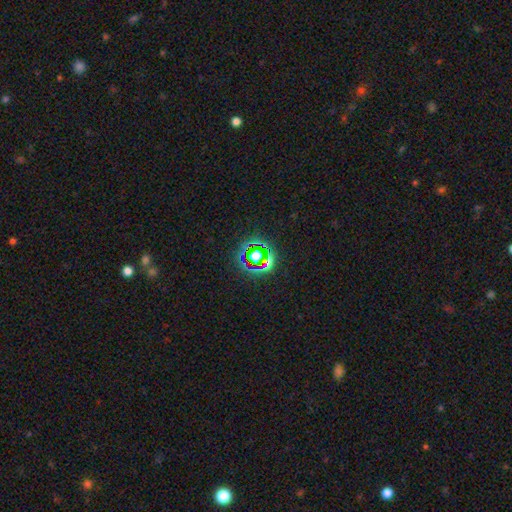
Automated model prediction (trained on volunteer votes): This is likely a star or artifact rather than a galaxy (65%).